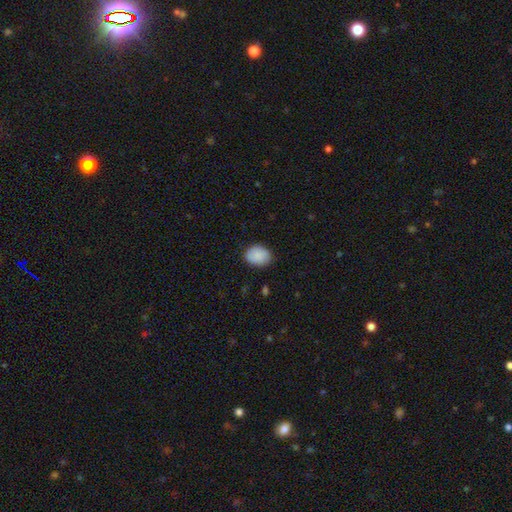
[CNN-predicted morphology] The model was most divided on "how rounded": in between: 62%, round: 37%, cigar-shaped: 1%. More confident: smooth or featured — smooth (89%); merging — none (84%).